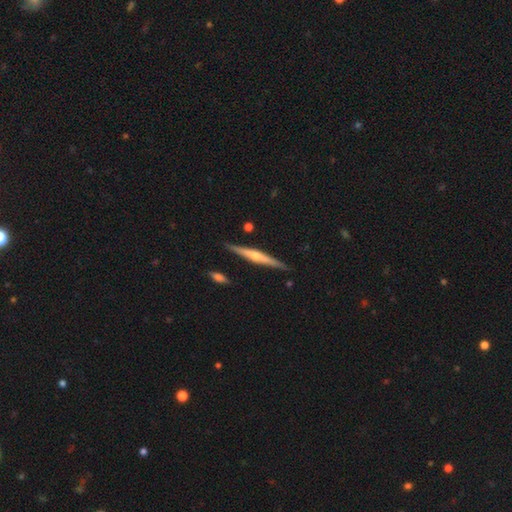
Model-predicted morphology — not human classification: Q: Smooth or featured?
A: featured or disk (66%); runner-up: smooth (29%)
Q: Edge-on disk?
A: yes (98%); runner-up: no (2%)
Q: Edge-on bulge?
A: rounded (73%); runner-up: none (17%)
Q: Merging?
A: none (88%); runner-up: minor disturbance (8%)